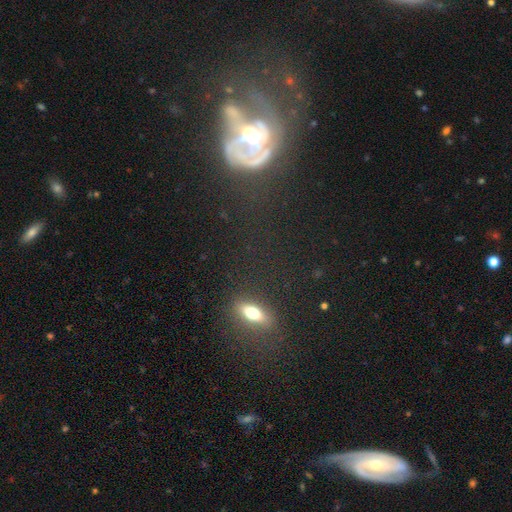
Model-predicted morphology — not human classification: featured or disk 39%, smooth 33%, star or artifact 27%. Down the decision tree: merging — none (41%).